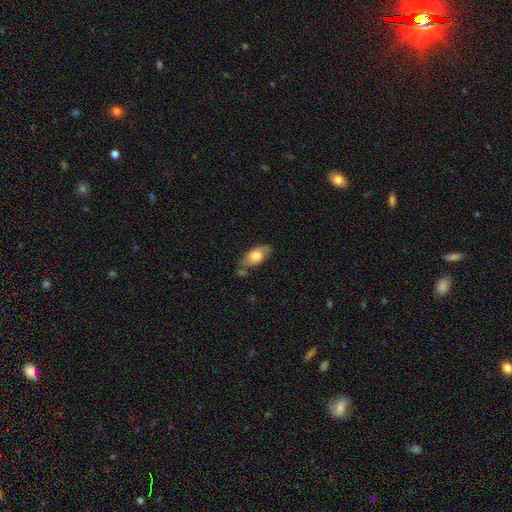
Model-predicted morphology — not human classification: Smooth or featured? Predicted: smooth (p=0.58). How rounded? Predicted: in between (p=0.89). Merging? Predicted: none (p=0.64).